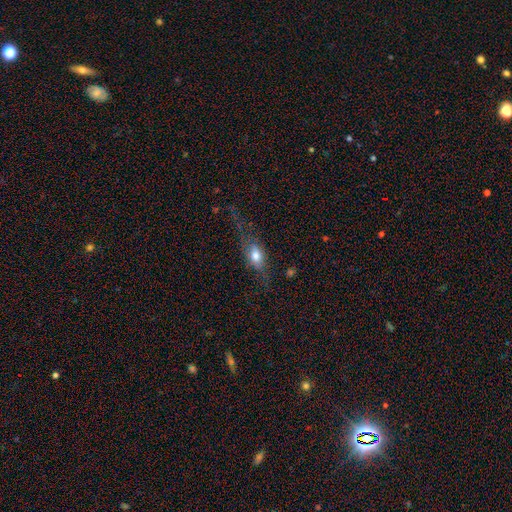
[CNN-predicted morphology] type=smooth (55%); roundness=in between (70%); merging=none (50%).